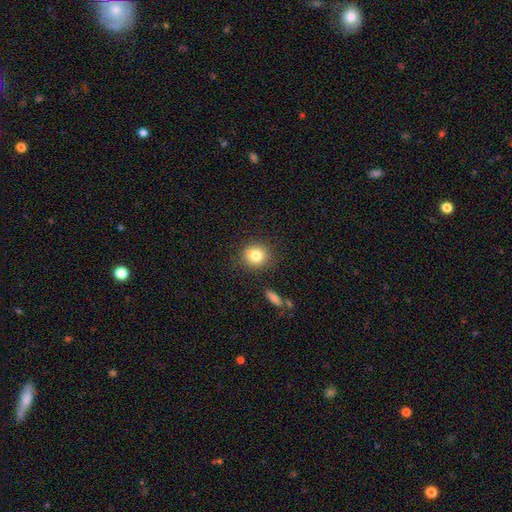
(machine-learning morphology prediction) smooth-or-featured: smooth: 80% | star or artifact: 11% | featured or disk: 10%
  how-rounded: round: 83% | in between: 16% | cigar-shaped: 1%
  merging: none: 82% | minor disturbance: 11% | merger: 4% | major disturbance: 3%